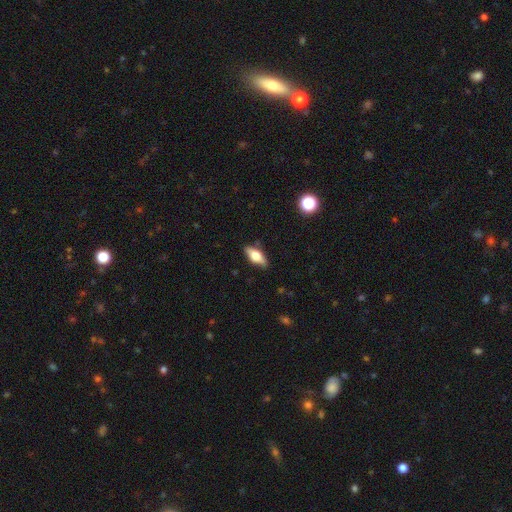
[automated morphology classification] Smooth or featured? smooth (57%)
How rounded? in between (76%)
Merging? none (83%)